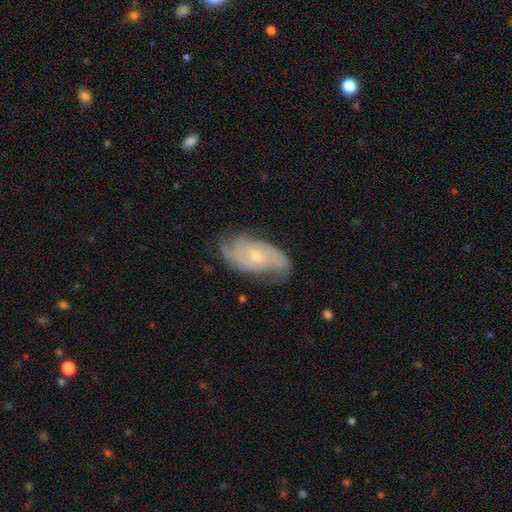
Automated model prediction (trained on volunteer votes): Q: Smooth or featured?
A: featured or disk (77%); runner-up: smooth (16%)
Q: Edge-on disk?
A: no (94%); runner-up: yes (6%)
Q: Bar?
A: no (74%); runner-up: weak (21%)
Q: Spiral arms?
A: yes (90%); runner-up: no (10%)
Q: Spiral winding?
A: tight (46%); runner-up: medium (37%)
Q: Spiral arm count?
A: 2 (46%); runner-up: can't tell (29%)
Q: Bulge size?
A: small (57%); runner-up: moderate (40%)
Q: Merging?
A: none (67%); runner-up: minor disturbance (24%)